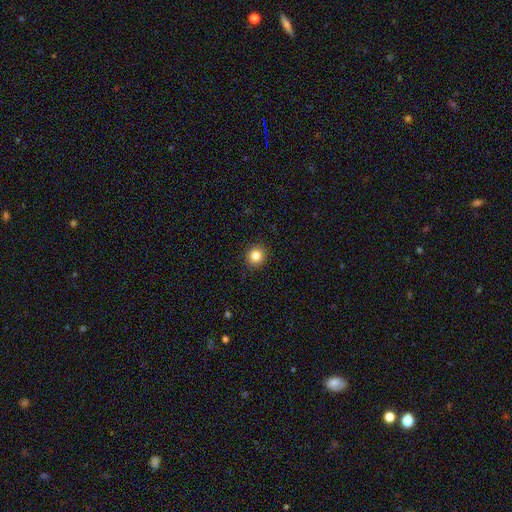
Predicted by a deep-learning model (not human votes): Smooth or featured?
  - smooth: 83% *
  - star or artifact: 11%
  - featured or disk: 6%
How rounded?
  - round: 85% *
  - in between: 14%
  - cigar-shaped: 1%
Merging?
  - none: 91% *
  - minor disturbance: 6%
  - major disturbance: 2%
  - merger: 1%